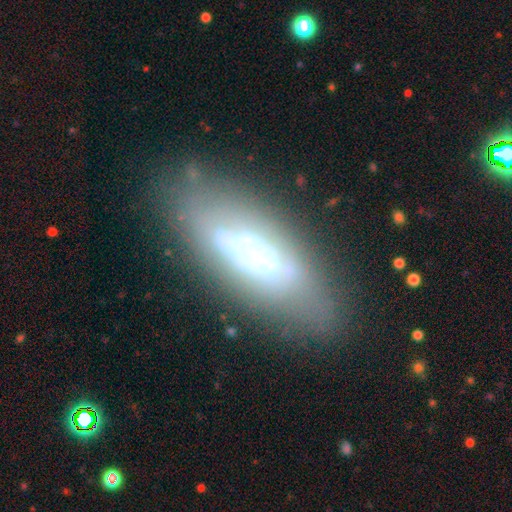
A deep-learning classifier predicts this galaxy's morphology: Q: Smooth or featured?
A: featured or disk (56%); runner-up: smooth (33%)
Q: Edge-on disk?
A: no (71%); runner-up: yes (29%)
Q: Merging?
A: none (65%); runner-up: minor disturbance (18%)